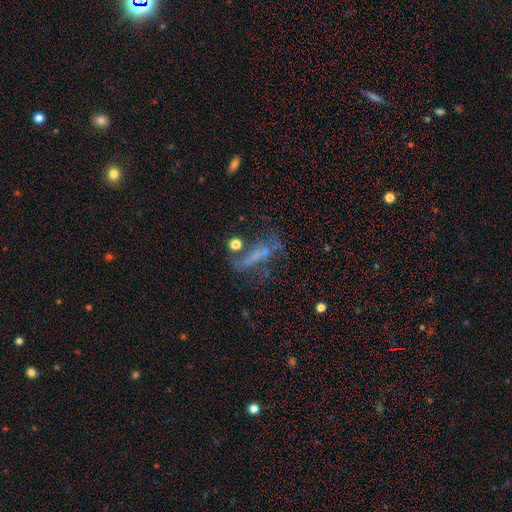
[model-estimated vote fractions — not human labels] Smooth or featured? Predicted: featured or disk (p=0.45). Merging? Predicted: none (p=0.59).